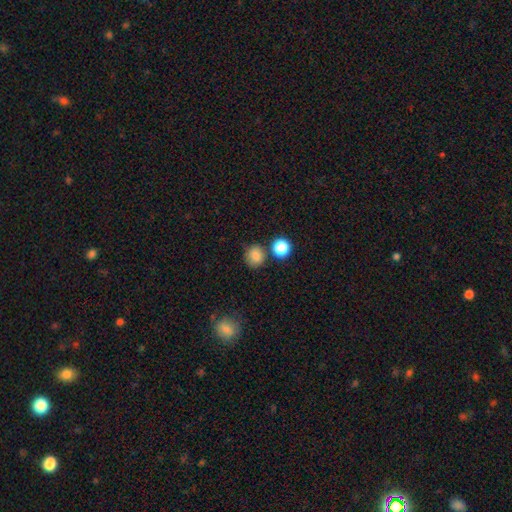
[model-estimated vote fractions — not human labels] Smooth or featured? smooth (83%)
How rounded? round (85%)
Merging? none (75%)